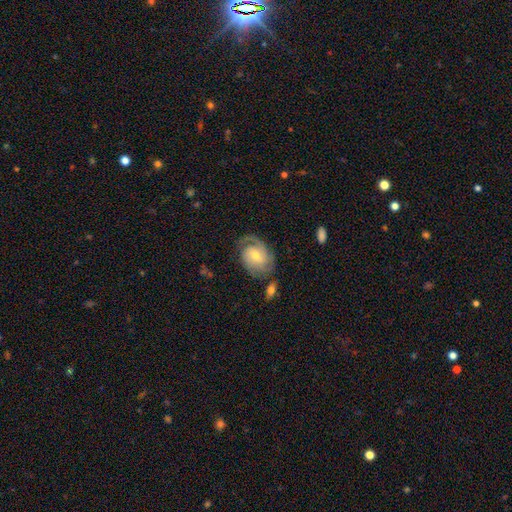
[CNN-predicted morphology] Smooth or featured? featured or disk (76%)
Edge-on disk? no (97%)
Bar? no (59%)
Spiral arms? yes (93%)
Spiral winding? tight (48%)
Spiral arm count? 2 (41%)
Bulge size? moderate (54%)
Merging? none (64%)